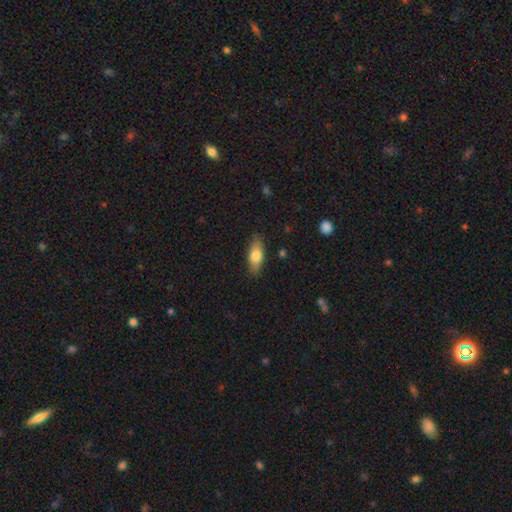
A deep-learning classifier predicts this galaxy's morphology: Smooth or featured? smooth (74%)
How rounded? in between (74%)
Merging? none (85%)